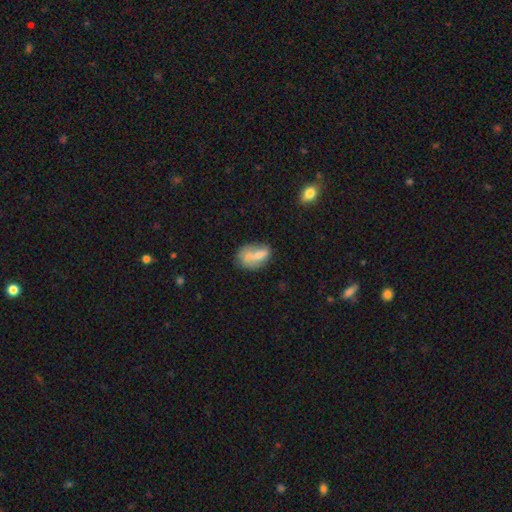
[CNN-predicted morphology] smooth-or-featured: smooth: 63% | featured or disk: 28% | star or artifact: 9%
  how-rounded: in between: 81% | round: 12% | cigar-shaped: 7%
  merging: none: 42% | minor disturbance: 24% | merger: 22% | major disturbance: 11%